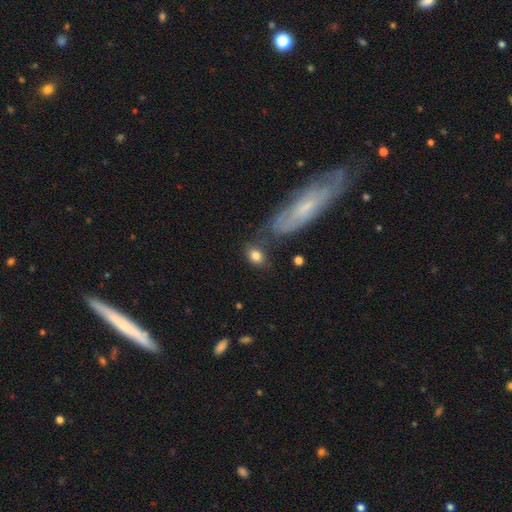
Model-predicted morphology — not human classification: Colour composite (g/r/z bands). It shows a smooth galaxy with no disk features (81%) that is in between round and cigar-shaped (77%). Merging: none (61%).